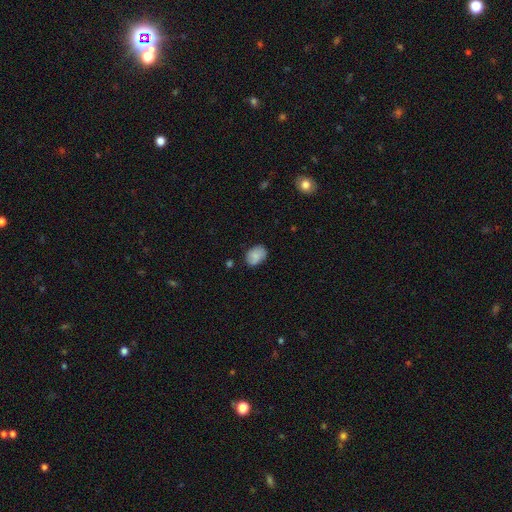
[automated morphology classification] Smooth or featured? Predicted: smooth (p=0.80). How rounded? Predicted: in between (p=0.74). Merging? Predicted: none (p=0.72).